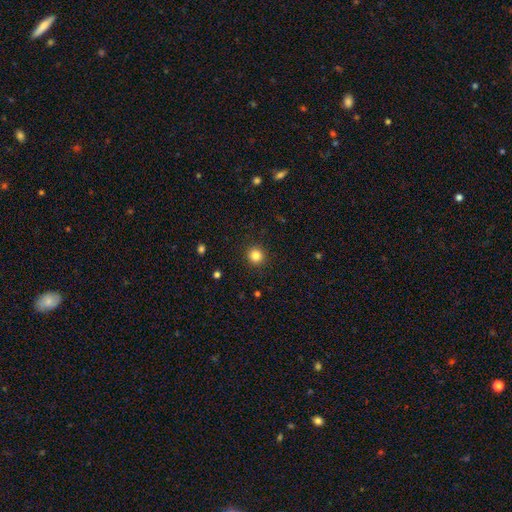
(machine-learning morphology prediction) The model was most divided on "smooth or featured": smooth: 84%, star or artifact: 12%, featured or disk: 4%. More confident: how rounded — round (94%); merging — none (92%).